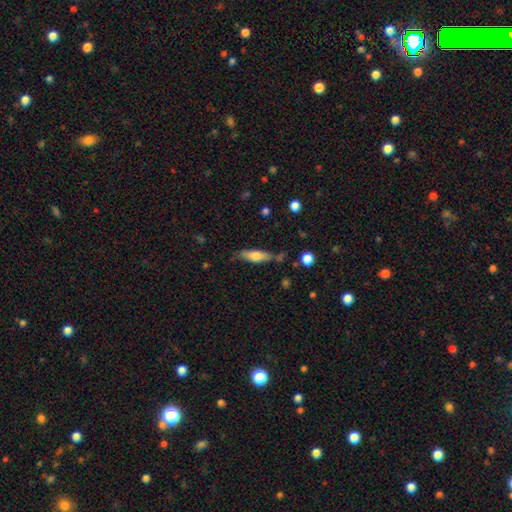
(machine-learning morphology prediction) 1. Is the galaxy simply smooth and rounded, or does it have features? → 62% smooth, 31% featured or disk, 7% star or artifact.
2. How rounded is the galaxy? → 50% cigar-shaped, 47% in between, 2% round.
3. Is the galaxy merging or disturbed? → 66% none, 22% minor disturbance, 6% major disturbance, 6% merger.